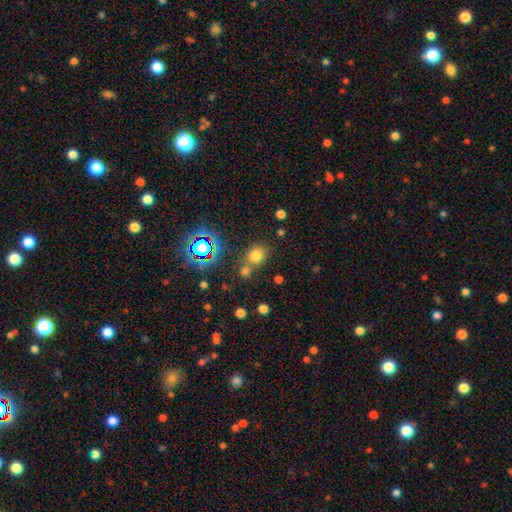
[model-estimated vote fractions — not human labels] This is likely a smooth galaxy (73%). How rounded: likely round (63%). Merging: likely none (62%).